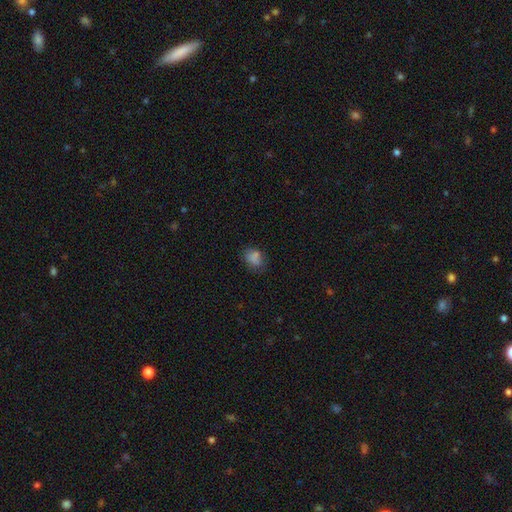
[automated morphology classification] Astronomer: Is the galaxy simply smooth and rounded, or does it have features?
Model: smooth — 73%.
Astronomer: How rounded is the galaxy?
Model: in between — 54% (runner-up: round, 44%).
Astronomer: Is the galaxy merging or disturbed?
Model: none — 73%.